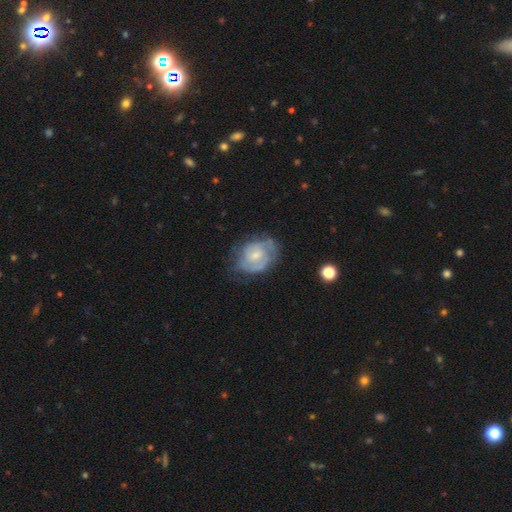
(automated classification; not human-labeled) A featured or disk galaxy (69%) with no bar (51%), 2 (46%) tight (50%) spiral arms (81%) and a small central bulge (53%).

Vote fractions:
- Smooth or featured? featured or disk: 69% / smooth: 25% / star or artifact: 6%
- Edge-on disk? no: 97% / yes: 3%
- Bar? no: 51% / weak: 43% / strong: 6%
- Spiral arms? yes: 81% / no: 19%
- Spiral winding? tight: 50% / medium: 38% / loose: 12%
- Spiral arm count? 2: 46% / can't tell: 35% / 3: 8% / 1: 7% / 4: 2% / more than 4: 2%
- Bulge size? small: 53% / moderate: 36% / none: 8% / large: 2% / dominant: 1%
- Merging? none: 60% / minor disturbance: 26% / major disturbance: 12% / merger: 2%